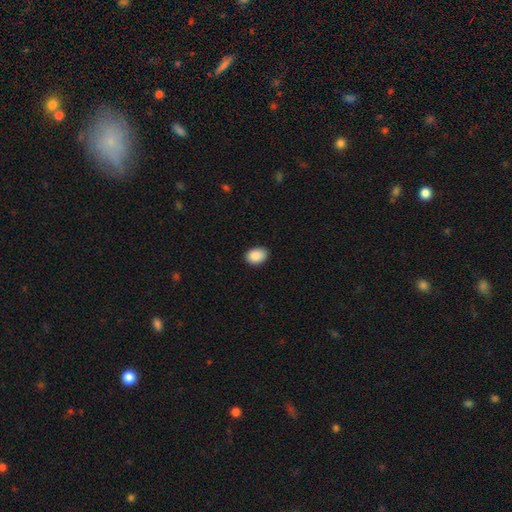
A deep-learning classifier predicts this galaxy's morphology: A smooth galaxy with no disk features (89%) that is in between round and cigar-shaped (77%). Merging: none (87%).